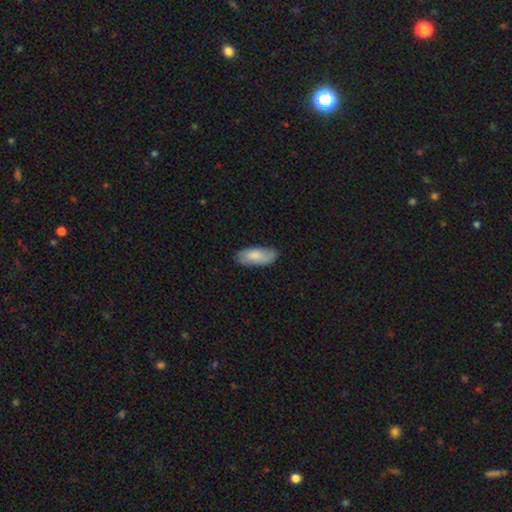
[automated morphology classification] type=smooth (81%); roundness=in between (82%); merging=none (81%).